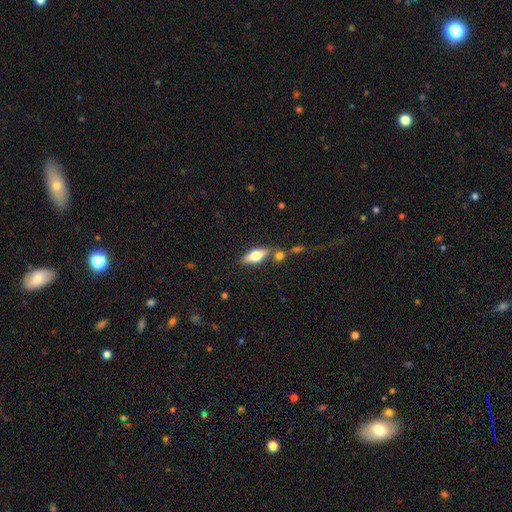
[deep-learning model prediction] A smooth galaxy with no disk features (60%) that is in between round and cigar-shaped (72%).

Vote fractions:
- Smooth or featured? smooth: 60% / featured or disk: 33% / star or artifact: 7%
- How rounded? in between: 72% / cigar-shaped: 25% / round: 3%
- Merging? none: 67% / merger: 16% / minor disturbance: 13% / major disturbance: 4%